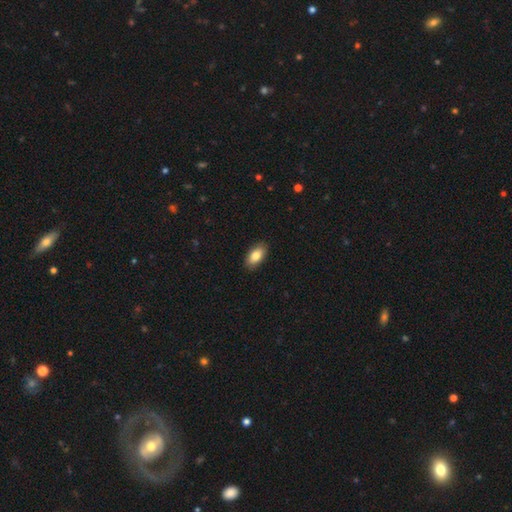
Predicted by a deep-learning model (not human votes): Morphology: type=smooth (84%); roundness=in between (92%); merging=none (89%).